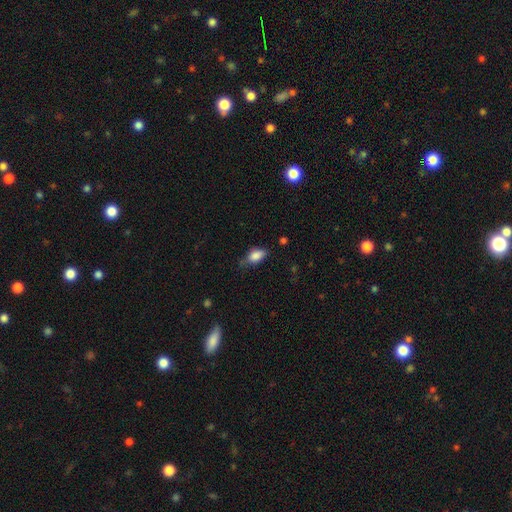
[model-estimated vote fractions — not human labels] Smooth or featured? smooth (82%)
How rounded? in between (87%)
Merging? none (52%)